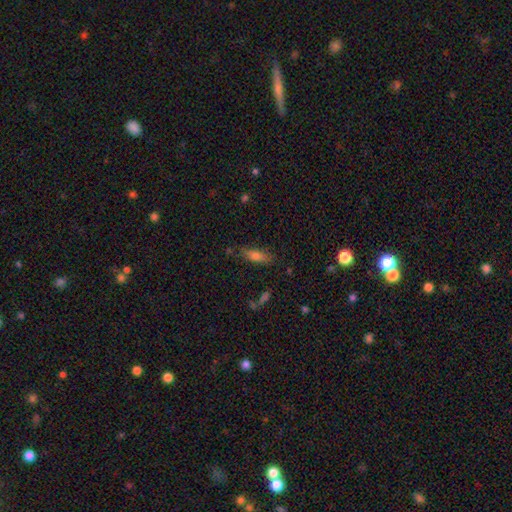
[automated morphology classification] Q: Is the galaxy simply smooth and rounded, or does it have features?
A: smooth — 72%.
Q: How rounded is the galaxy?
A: in between — 56%.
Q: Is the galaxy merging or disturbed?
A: none — 77%.